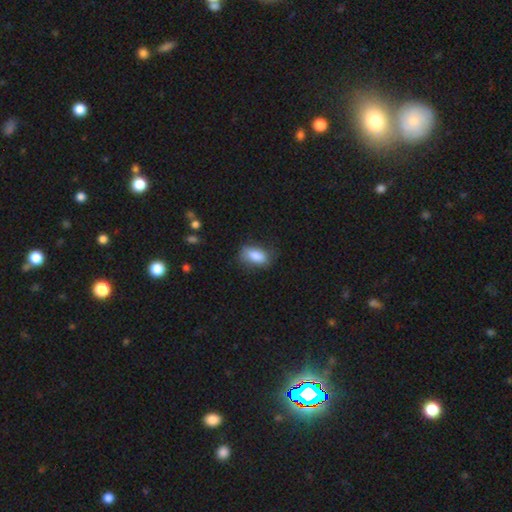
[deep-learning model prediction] smooth_or_featured: smooth (p=0.84) [alt: featured or disk p=0.09]
how_rounded: in between (p=0.89) [alt: round p=0.07]
merging: none (p=0.72) [alt: minor disturbance p=0.21]